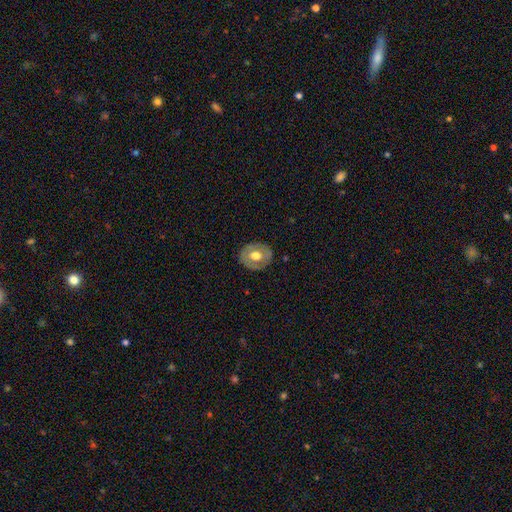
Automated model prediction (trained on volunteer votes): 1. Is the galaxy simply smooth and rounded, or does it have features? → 51% smooth, 43% featured or disk, 6% star or artifact.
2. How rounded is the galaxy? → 62% round, 37% in between, 1% cigar-shaped.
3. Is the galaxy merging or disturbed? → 83% none, 12% minor disturbance, 3% major disturbance, 1% merger.